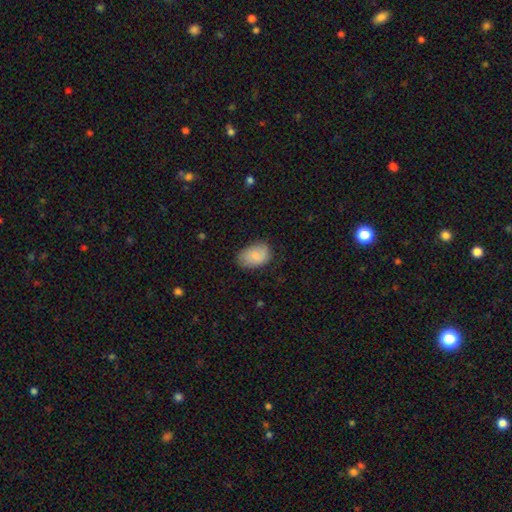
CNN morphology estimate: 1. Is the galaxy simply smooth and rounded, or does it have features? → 82% smooth, 11% featured or disk, 7% star or artifact.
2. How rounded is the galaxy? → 88% in between, 11% round, 1% cigar-shaped.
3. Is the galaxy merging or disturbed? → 76% none, 19% minor disturbance, 4% major disturbance, 1% merger.